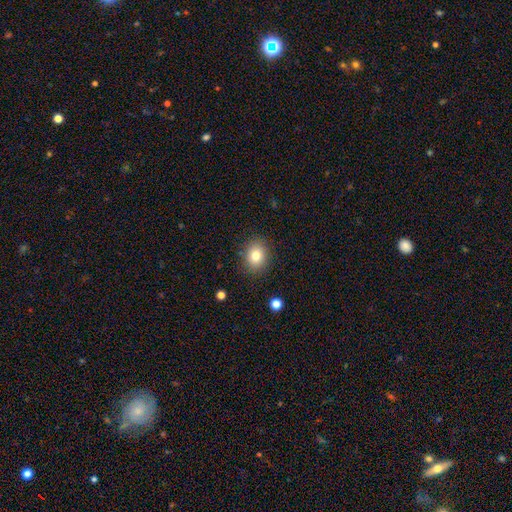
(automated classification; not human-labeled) This appears to be a smooth galaxy with no disk features (80%) that is round (54%). Merging: none (87%).